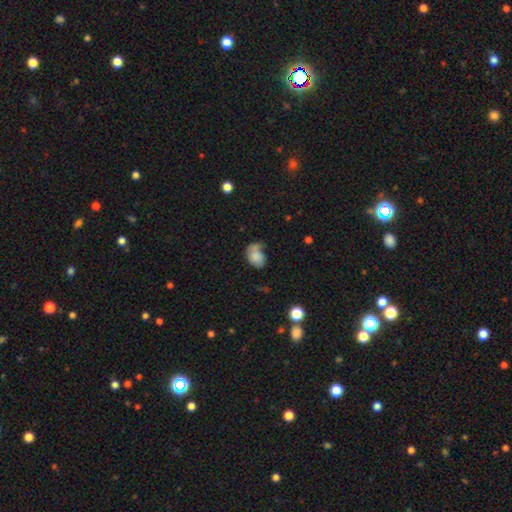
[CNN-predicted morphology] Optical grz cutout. It shows a smooth galaxy with no disk features (73%) that is in between round and cigar-shaped (76%). Merging: none (35%).